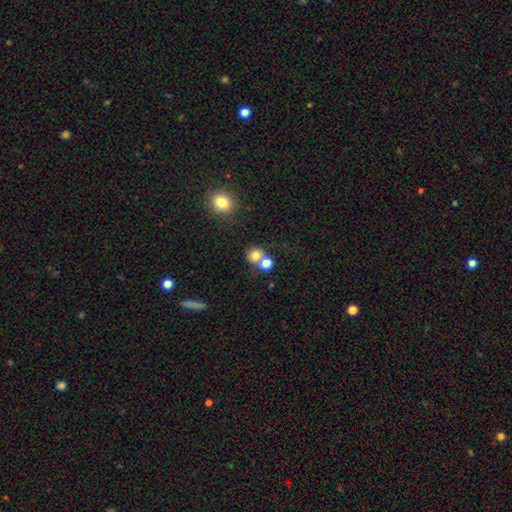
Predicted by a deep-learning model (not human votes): smooth 78%, star or artifact 13%, featured or disk 10%. Down the decision tree: how rounded — round (84%); merging — none (53%).